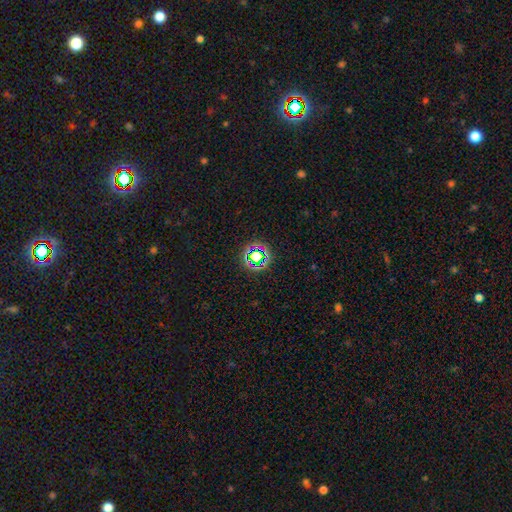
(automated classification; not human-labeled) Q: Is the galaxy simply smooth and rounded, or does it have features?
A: star or artifact — 56%.